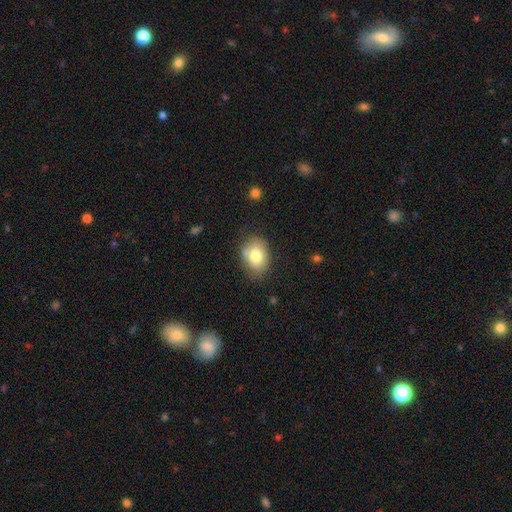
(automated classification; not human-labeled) A smooth galaxy with no disk features (76%) that is in between round and cigar-shaped (70%).

Vote fractions:
- Smooth or featured? smooth: 76% / featured or disk: 15% / star or artifact: 8%
- How rounded? in between: 70% / round: 29% / cigar-shaped: 1%
- Merging? none: 70% / minor disturbance: 19% / merger: 6% / major disturbance: 5%